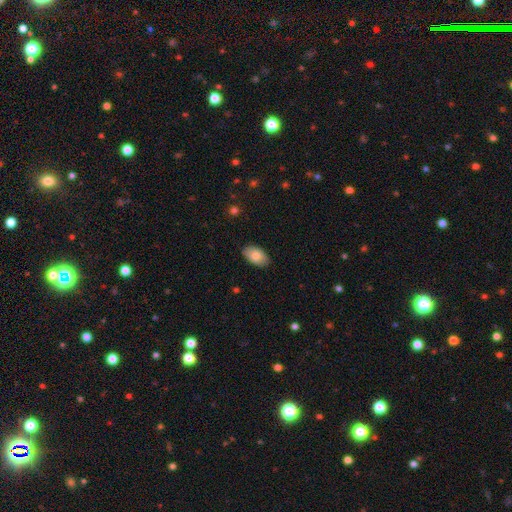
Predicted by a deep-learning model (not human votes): Morphology: type=smooth (81%); roundness=in between (93%); merging=none (86%).